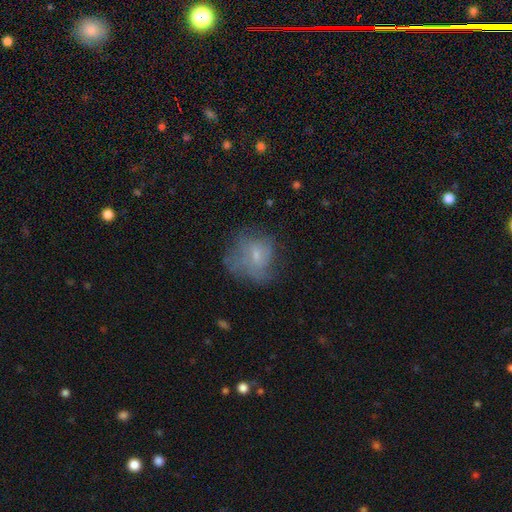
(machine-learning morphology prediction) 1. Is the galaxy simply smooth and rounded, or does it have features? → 54% smooth, 35% featured or disk, 11% star or artifact.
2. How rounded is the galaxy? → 70% round, 28% in between, 1% cigar-shaped.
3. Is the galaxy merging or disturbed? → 47% none, 26% minor disturbance, 24% major disturbance, 3% merger.